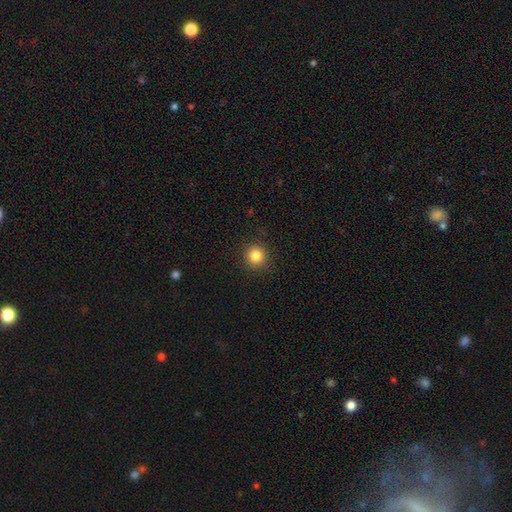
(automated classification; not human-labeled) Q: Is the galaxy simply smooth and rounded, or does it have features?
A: smooth — 84%.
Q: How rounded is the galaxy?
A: round — 94%.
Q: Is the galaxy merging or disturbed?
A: none — 91%.